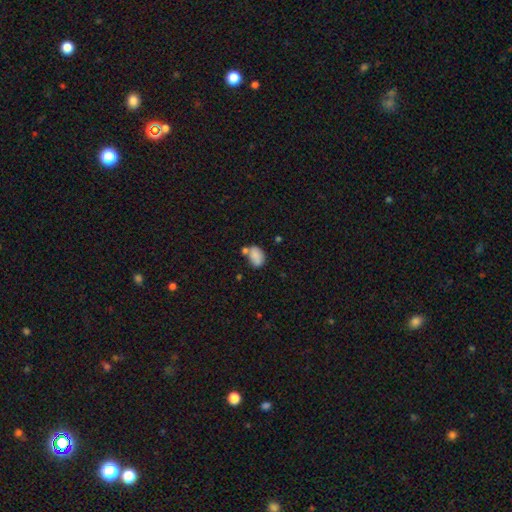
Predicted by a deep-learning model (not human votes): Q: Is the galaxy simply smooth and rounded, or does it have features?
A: smooth — 83%.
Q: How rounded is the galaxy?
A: in between — 81%.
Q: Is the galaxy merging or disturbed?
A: none — 49%.